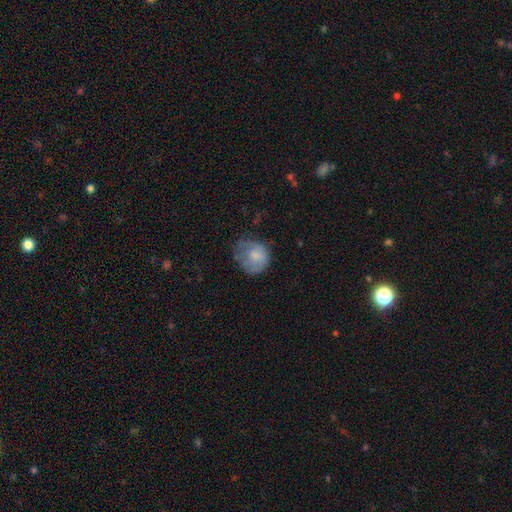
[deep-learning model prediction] smooth 64%, featured or disk 28%, star or artifact 7%. Down the decision tree: how rounded — round (75%); merging — none (47%).